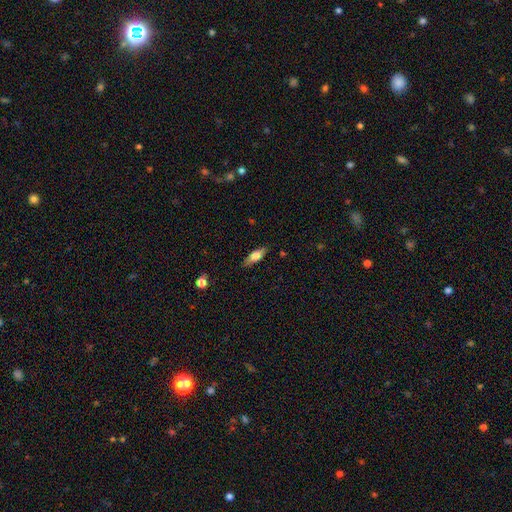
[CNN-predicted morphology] Smooth or featured?
  - smooth: 62% *
  - featured or disk: 30%
  - star or artifact: 7%
How rounded?
  - in between: 61% *
  - cigar-shaped: 36%
  - round: 3%
Merging?
  - none: 83% *
  - minor disturbance: 13%
  - major disturbance: 3%
  - merger: 1%